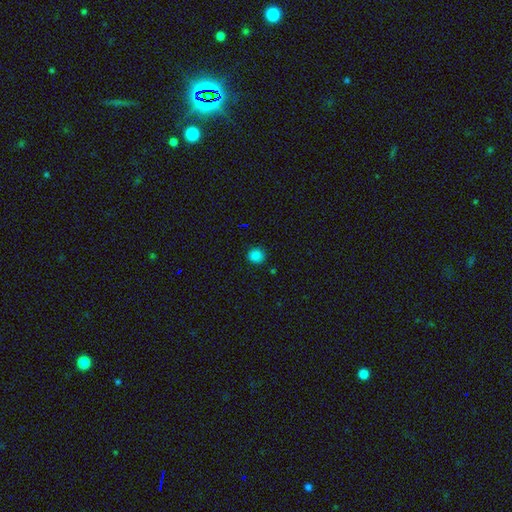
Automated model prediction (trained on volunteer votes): A smooth galaxy with no disk features (84%) that is round (90%).

Vote fractions:
- Smooth or featured? smooth: 84% / star or artifact: 14% / featured or disk: 3%
- How rounded? round: 90% / in between: 9% / cigar-shaped: 1%
- Merging? none: 89% / minor disturbance: 7% / major disturbance: 2% / merger: 2%